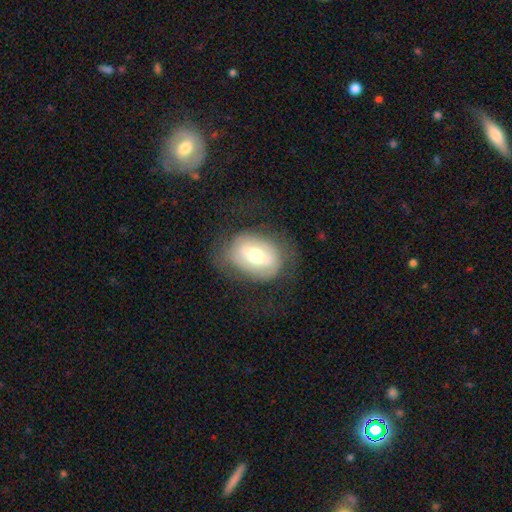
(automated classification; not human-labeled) Smooth or featured: smooth — 47% (featured or disk — 45%)
Merging: none — 65% (minor disturbance — 20%)